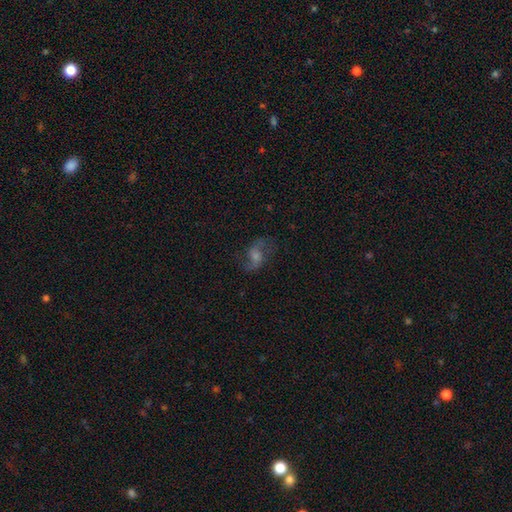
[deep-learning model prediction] Morphology: type=featured or disk (66%); edge-on=no (95%); bar=no (49%); spiral arms=yes (91%); winding=loose (62%); arm count=2 (89%); bulge=moderate (40%); merging=none (73%).